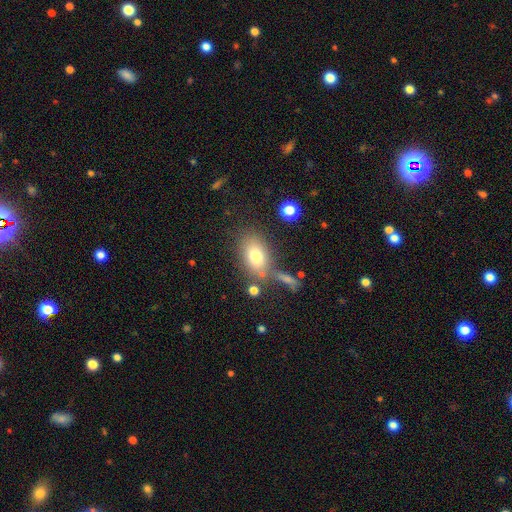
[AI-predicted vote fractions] Smooth or featured? smooth (77%)
How rounded? in between (81%)
Merging? none (65%)